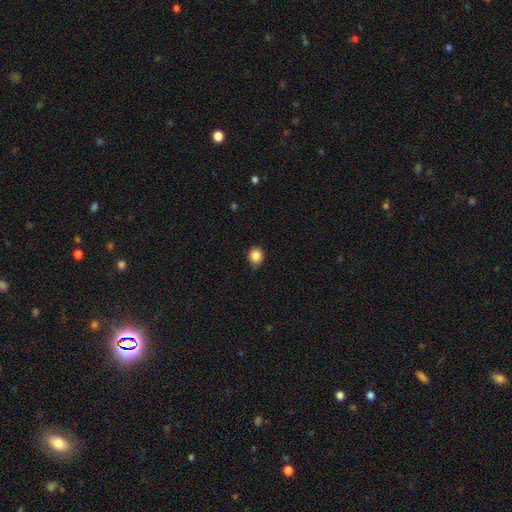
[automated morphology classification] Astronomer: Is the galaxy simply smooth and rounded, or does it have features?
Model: smooth — 86%.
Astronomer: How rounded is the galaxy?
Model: round — 76%.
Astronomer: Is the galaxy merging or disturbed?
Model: none — 75%.